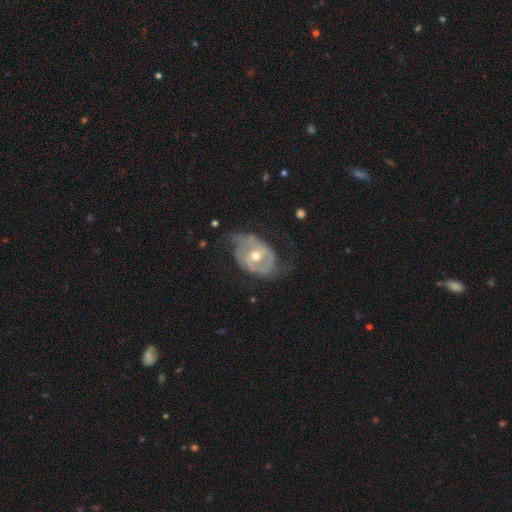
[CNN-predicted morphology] Smooth or featured? featured or disk (79%)
Edge-on disk? no (96%)
Bar? no (46%)
Spiral arms? yes (77%)
Spiral winding? medium (40%)
Spiral arm count? 2 (68%)
Bulge size? moderate (73%)
Merging? none (49%)